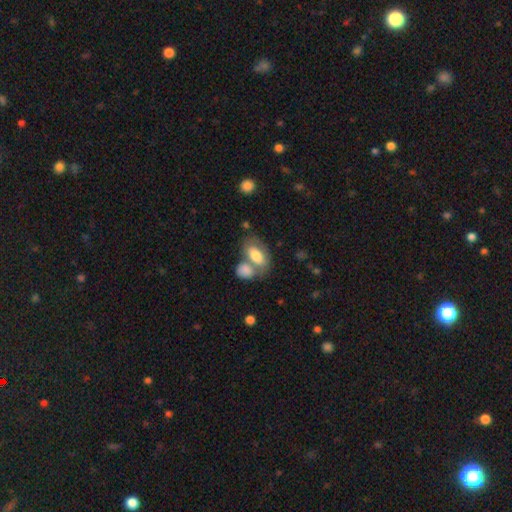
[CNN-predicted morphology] Smooth or featured? Predicted: smooth (p=0.73). How rounded? Predicted: in between (p=0.91). Merging? Predicted: merger (p=0.44).